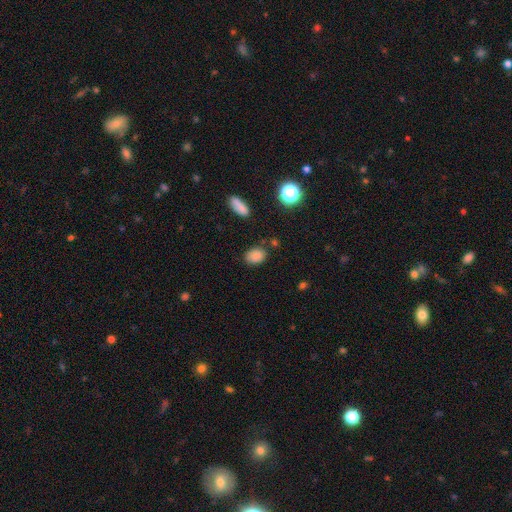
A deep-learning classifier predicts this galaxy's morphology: Smooth or featured? smooth (85%)
How rounded? in between (73%)
Merging? none (78%)